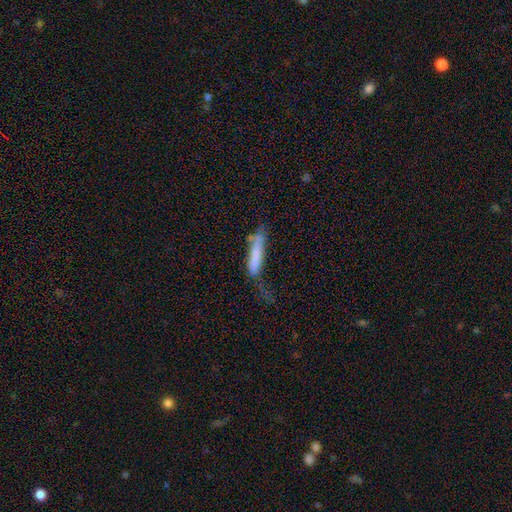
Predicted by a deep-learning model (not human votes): Q: Smooth or featured?
A: smooth (72%); runner-up: featured or disk (21%)
Q: How rounded?
A: cigar-shaped (85%); runner-up: in between (14%)
Q: Merging?
A: none (35%); runner-up: minor disturbance (29%)